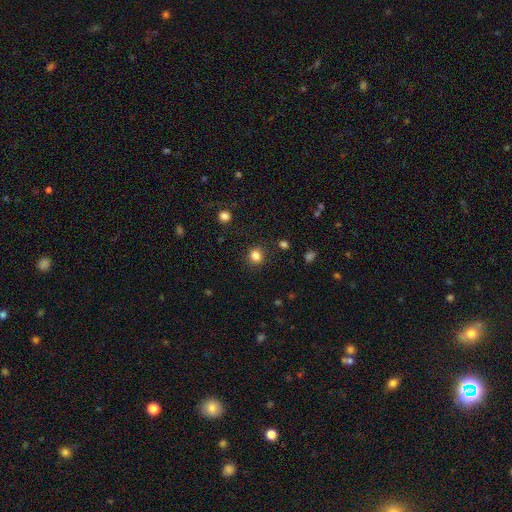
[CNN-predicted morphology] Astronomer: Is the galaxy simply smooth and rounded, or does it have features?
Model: smooth — 83%.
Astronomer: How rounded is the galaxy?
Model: round — 75%.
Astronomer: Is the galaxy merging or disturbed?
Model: none — 87%.